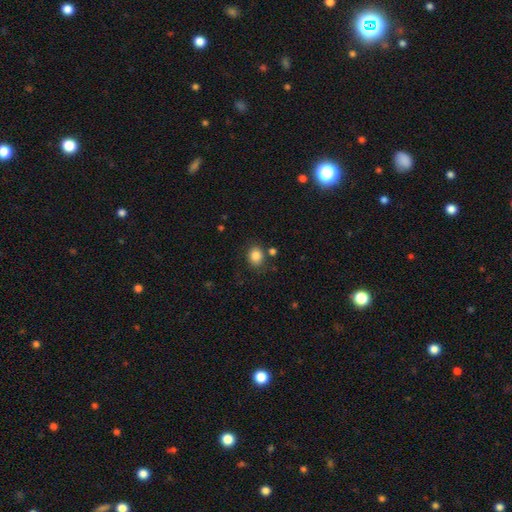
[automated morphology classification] Smooth or featured?
  - smooth: 84% *
  - star or artifact: 10%
  - featured or disk: 6%
How rounded?
  - round: 56% *
  - in between: 43%
  - cigar-shaped: 1%
Merging?
  - none: 79% *
  - minor disturbance: 12%
  - merger: 6%
  - major disturbance: 4%